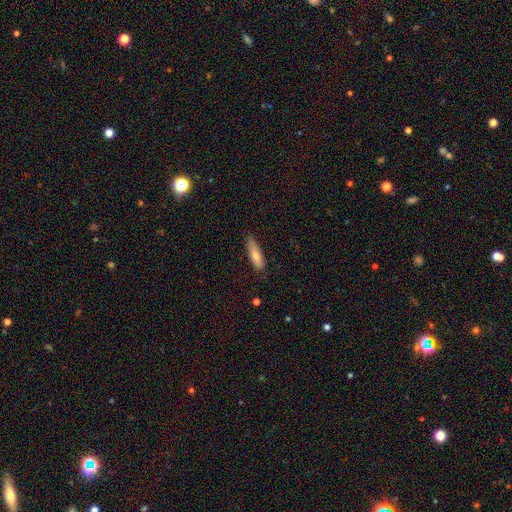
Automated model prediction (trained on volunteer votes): smooth_or_featured: smooth (p=0.74) [alt: featured or disk p=0.20]
how_rounded: cigar-shaped (p=0.60) [alt: in between p=0.39]
merging: none (p=0.79) [alt: minor disturbance p=0.17]